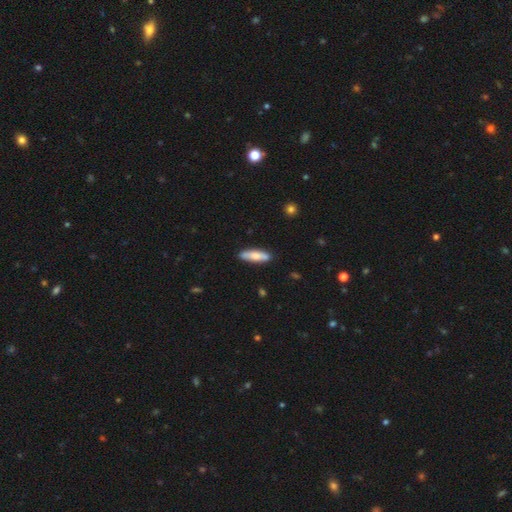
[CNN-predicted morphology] Smooth or featured? smooth (70%)
How rounded? cigar-shaped (64%)
Merging? none (88%)